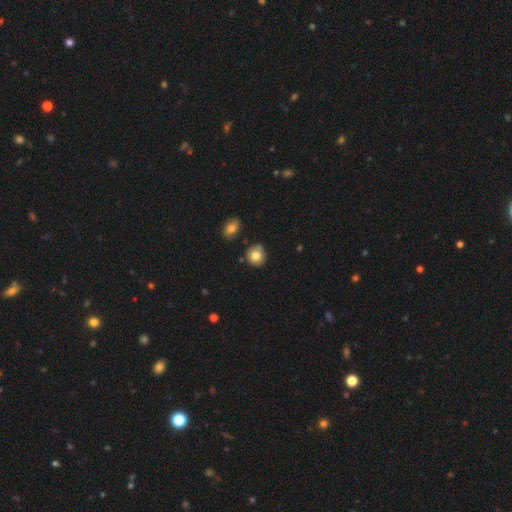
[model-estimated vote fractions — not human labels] smooth-or-featured: smooth: 80% | featured or disk: 11% | star or artifact: 9%
  how-rounded: round: 86% | in between: 13% | cigar-shaped: 1%
  merging: none: 80% | minor disturbance: 13% | merger: 4% | major disturbance: 3%